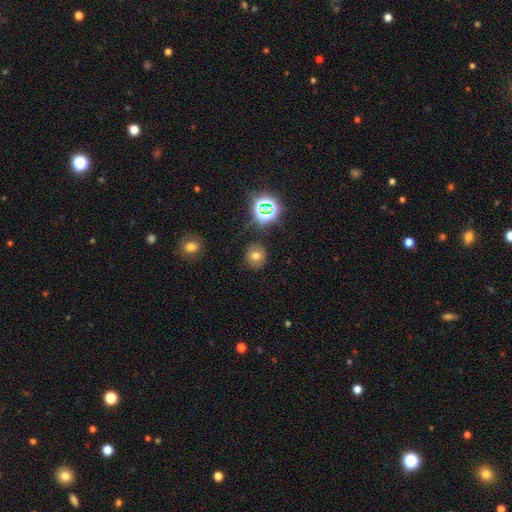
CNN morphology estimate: Overall: smooth (65%). How rounded: round (85%). Merging: none (85%).